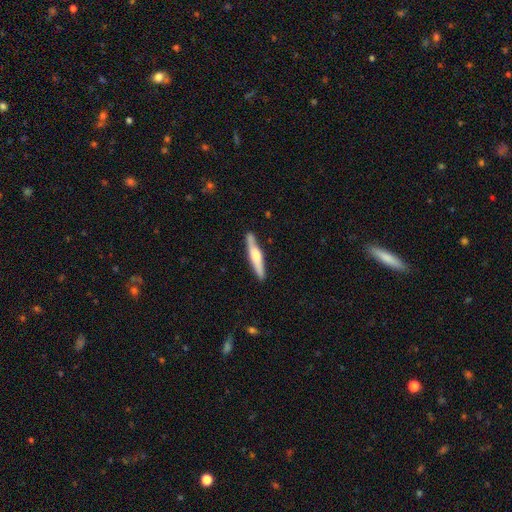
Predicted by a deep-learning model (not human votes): smooth-or-featured: featured or disk: 50% | smooth: 45% | star or artifact: 5%
  disk-edge-on: yes: 93% | no: 7%
  merging: none: 87% | minor disturbance: 9% | major disturbance: 2% | merger: 2%